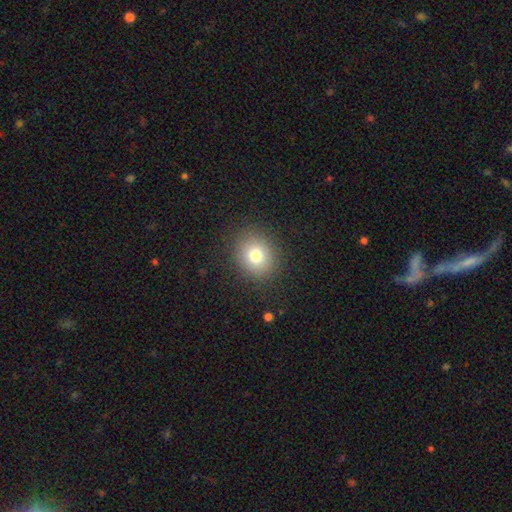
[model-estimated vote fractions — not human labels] Smooth or featured? Predicted: smooth (p=0.77). How rounded? Predicted: round (p=0.75). Merging? Predicted: none (p=0.88).